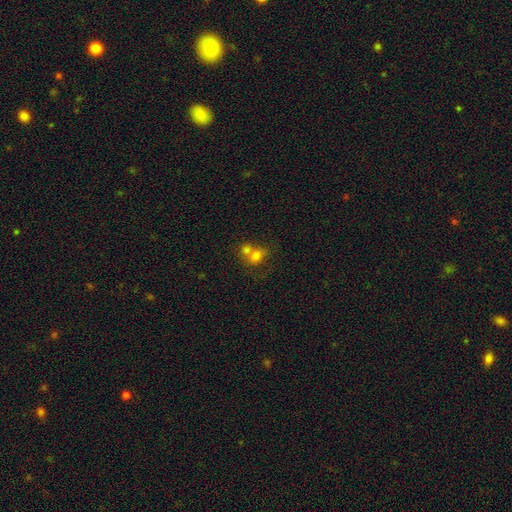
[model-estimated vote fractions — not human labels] A smooth galaxy with no disk features (73%) that is round (57%).

Vote fractions:
- Smooth or featured? smooth: 73% / featured or disk: 15% / star or artifact: 13%
- How rounded? round: 57% / in between: 41% / cigar-shaped: 1%
- Merging? merger: 61% / none: 27% / minor disturbance: 7% / major disturbance: 5%